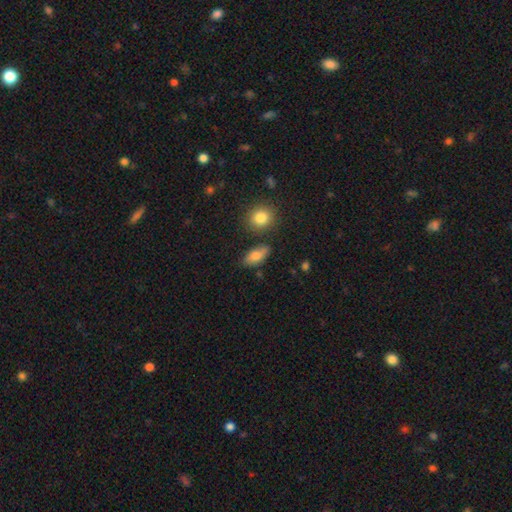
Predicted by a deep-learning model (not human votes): A smooth galaxy with no disk features (81%) that is in between round and cigar-shaped (85%). Merging: none (76%).